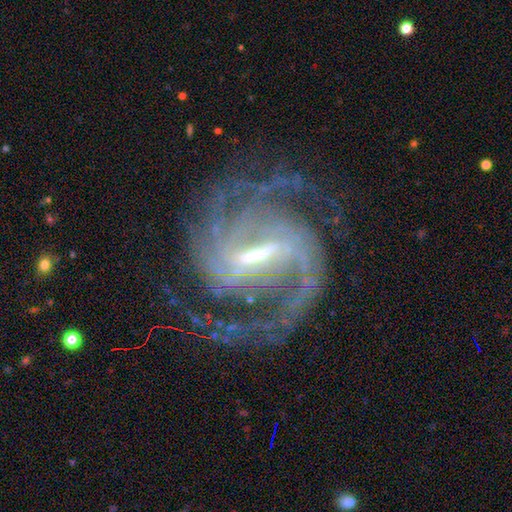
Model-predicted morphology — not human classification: This is clearly a featured or disk galaxy (92%). It is clearly not viewed edge-on (97%). Bar: possibly strong (58%). Spiral arm pattern: clearly yes (98%). Spiral arm count: possibly 2 (46%). Spiral winding: possibly medium (48%). Central bulge: possibly small (49%). Merging: likely none (65%).